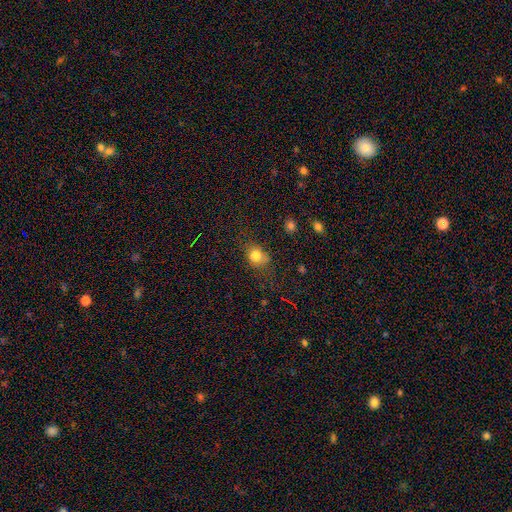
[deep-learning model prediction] Smooth or featured? Predicted: smooth (p=0.79). How rounded? Predicted: round (p=0.58). Merging? Predicted: none (p=0.64).